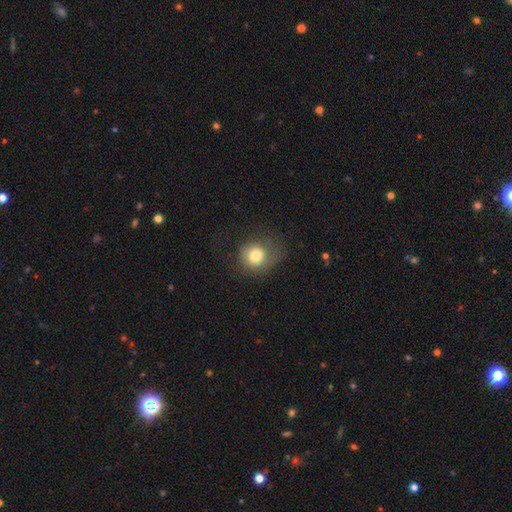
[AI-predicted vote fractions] Smooth or featured: smooth — 78% (featured or disk — 12%)
How rounded: round — 81% (in between — 18%)
Merging: none — 59% (minor disturbance — 22%)